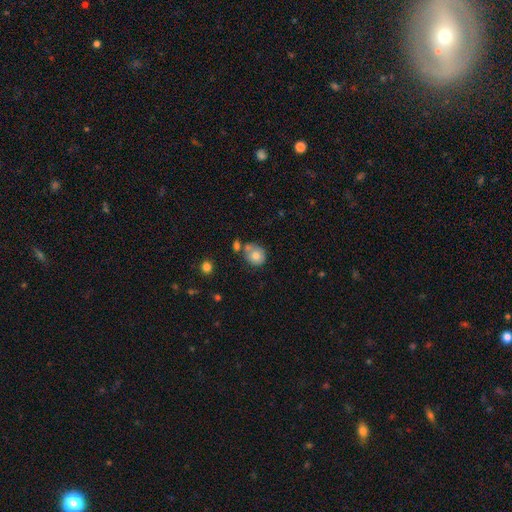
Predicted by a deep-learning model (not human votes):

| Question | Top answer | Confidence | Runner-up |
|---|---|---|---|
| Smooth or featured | smooth | 75% | featured or disk (16%) |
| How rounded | round | 80% | in between (19%) |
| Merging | none | 53% | merger (26%) |